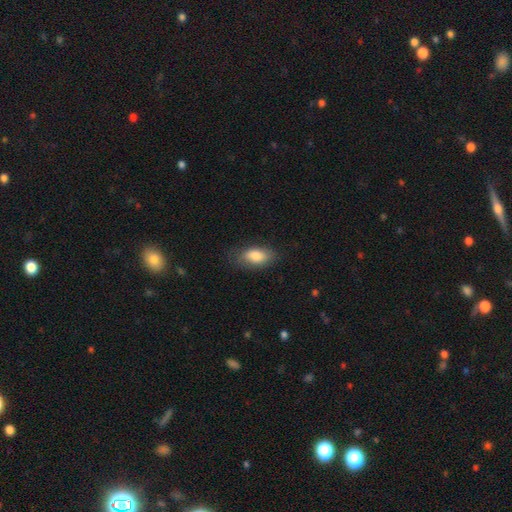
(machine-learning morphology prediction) Overall: smooth (83%). How rounded: in between (89%). Merging: none (75%).